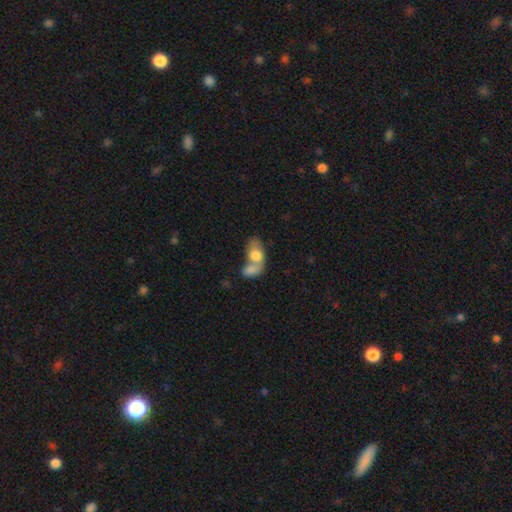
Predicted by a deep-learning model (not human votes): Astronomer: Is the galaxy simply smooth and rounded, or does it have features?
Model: smooth — 70%.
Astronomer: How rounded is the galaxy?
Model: in between — 80%.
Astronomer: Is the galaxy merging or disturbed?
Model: merger — 71%.